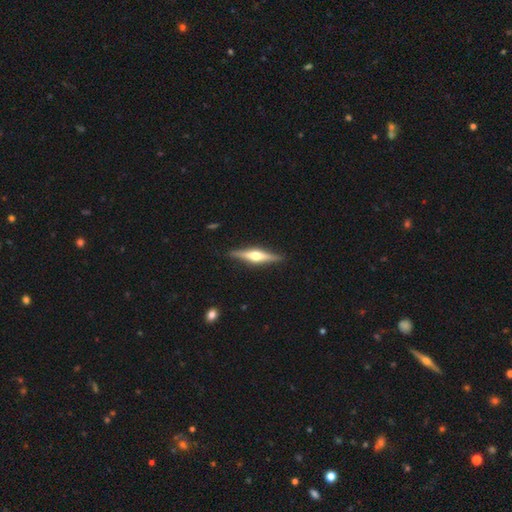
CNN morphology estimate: Smooth or featured? featured or disk (74%)
Edge-on disk? yes (97%)
Edge-on bulge? rounded (94%)
Merging? none (90%)